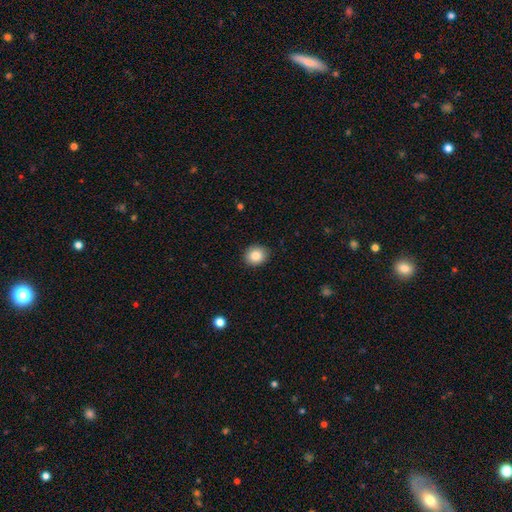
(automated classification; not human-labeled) Q: Smooth or featured?
A: smooth (85%); runner-up: star or artifact (9%)
Q: How rounded?
A: round (68%); runner-up: in between (31%)
Q: Merging?
A: none (89%); runner-up: minor disturbance (8%)